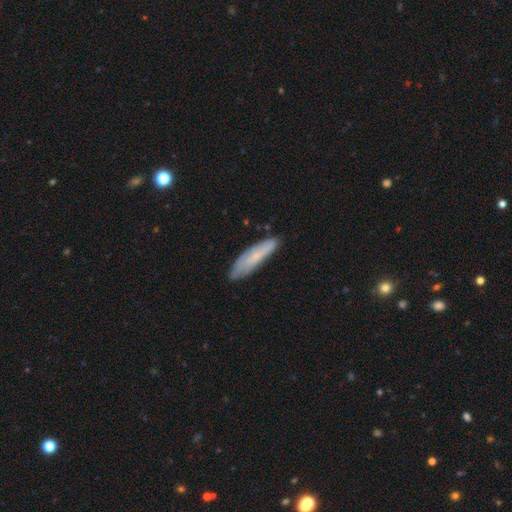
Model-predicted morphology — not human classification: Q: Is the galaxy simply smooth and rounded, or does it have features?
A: smooth — 63%.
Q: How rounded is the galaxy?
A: cigar-shaped — 70%.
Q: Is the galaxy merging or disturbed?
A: none — 77%.